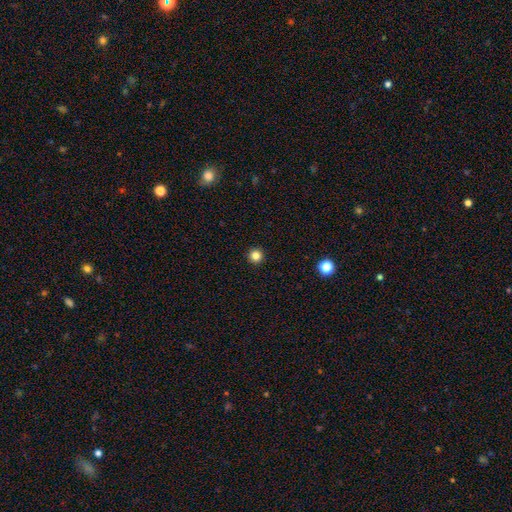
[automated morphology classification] The model was most divided on "smooth or featured": smooth: 83%, star or artifact: 13%, featured or disk: 5%. More confident: how rounded — round (96%); merging — none (94%).